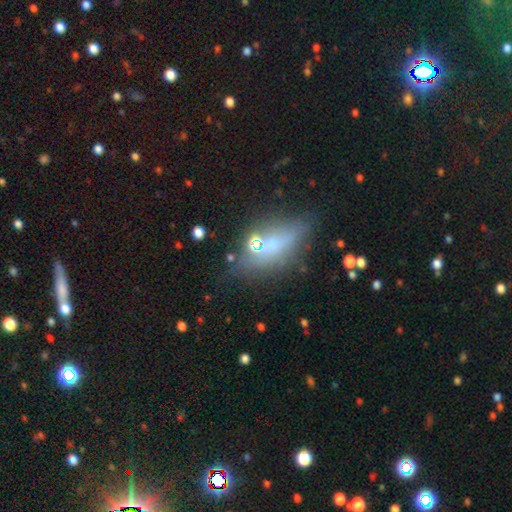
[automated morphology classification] A smooth galaxy with no disk features (48%). Merging: none (68%).